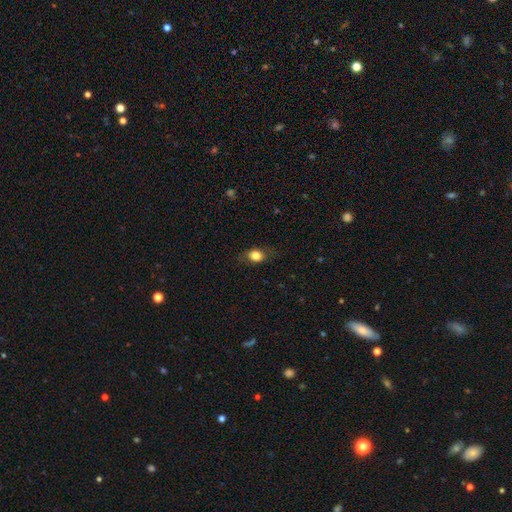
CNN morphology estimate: A smooth galaxy with no disk features (79%) that is in between round and cigar-shaped (56%).

Vote fractions:
- Smooth or featured? smooth: 79% / featured or disk: 11% / star or artifact: 10%
- How rounded? in between: 56% / round: 41% / cigar-shaped: 3%
- Merging? none: 77% / minor disturbance: 17% / major disturbance: 5% / merger: 1%